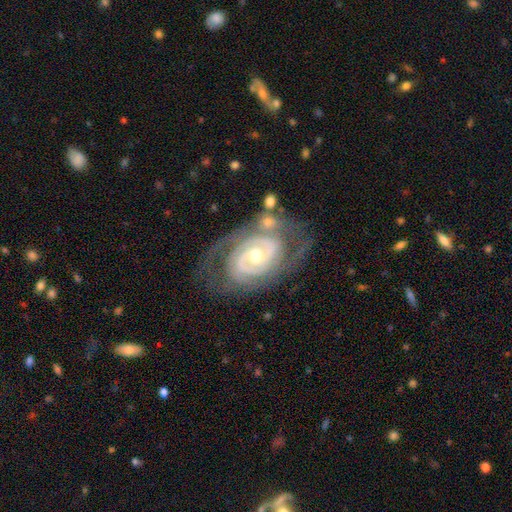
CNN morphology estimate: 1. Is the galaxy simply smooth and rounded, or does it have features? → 90% featured or disk, 5% smooth, 5% star or artifact.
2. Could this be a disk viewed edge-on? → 97% no, 3% yes.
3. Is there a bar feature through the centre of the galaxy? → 64% no, 26% weak, 10% strong.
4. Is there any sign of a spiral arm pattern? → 96% yes, 4% no.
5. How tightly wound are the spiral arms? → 73% tight, 22% medium, 5% loose.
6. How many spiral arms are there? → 59% 2, 17% can't tell, 14% 3, 4% 4, 4% 1, 3% more than 4.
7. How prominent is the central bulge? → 60% moderate, 35% small, 3% large, 1% none, 1% dominant.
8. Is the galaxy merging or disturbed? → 63% none, 19% minor disturbance, 12% major disturbance, 6% merger.